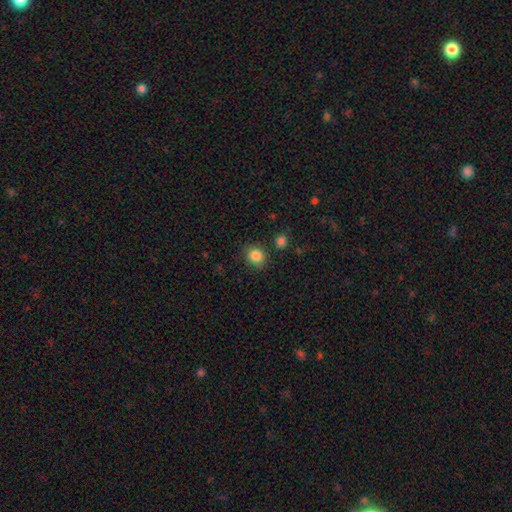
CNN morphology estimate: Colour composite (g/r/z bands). It shows a smooth galaxy with no disk features (86%) that is round (82%). Merging: none (81%).